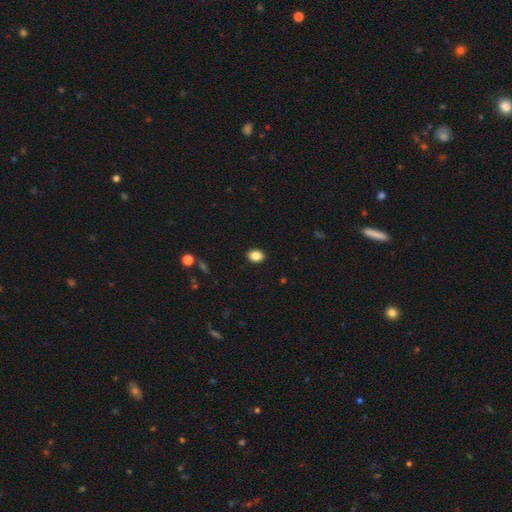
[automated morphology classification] Smooth or featured?
  - smooth: 87% *
  - star or artifact: 9%
  - featured or disk: 4%
How rounded?
  - in between: 70% *
  - round: 29%
  - cigar-shaped: 1%
Merging?
  - none: 90% *
  - minor disturbance: 7%
  - major disturbance: 2%
  - merger: 1%